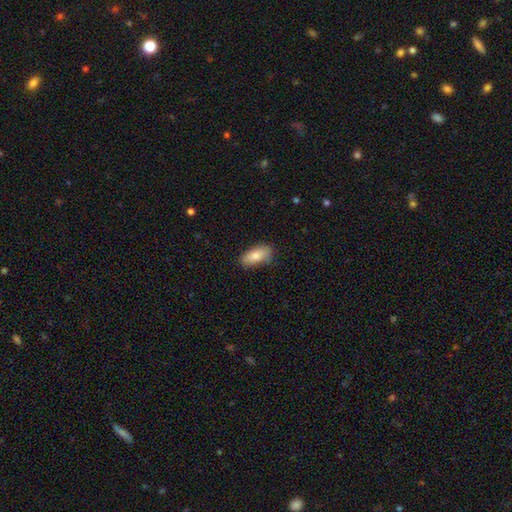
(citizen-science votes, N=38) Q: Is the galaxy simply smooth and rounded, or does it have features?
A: smooth — 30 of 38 (79%).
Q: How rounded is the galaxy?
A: in between — 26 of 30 (87%).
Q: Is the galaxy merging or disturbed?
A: none — 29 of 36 (81%).